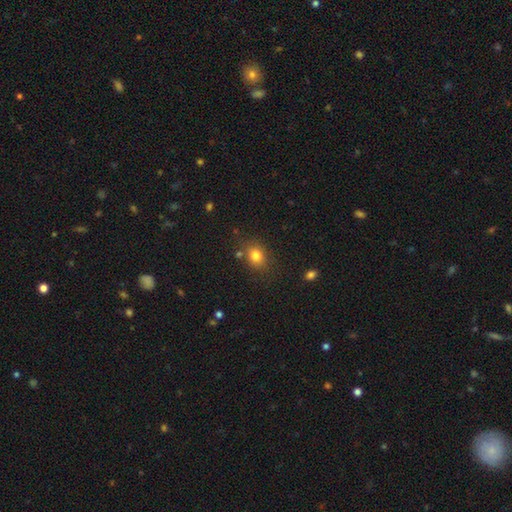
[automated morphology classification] smooth_or_featured: smooth (p=0.80) [alt: star or artifact p=0.13]
how_rounded: round (p=0.56) [alt: in between p=0.43]
merging: none (p=0.75) [alt: minor disturbance p=0.14]